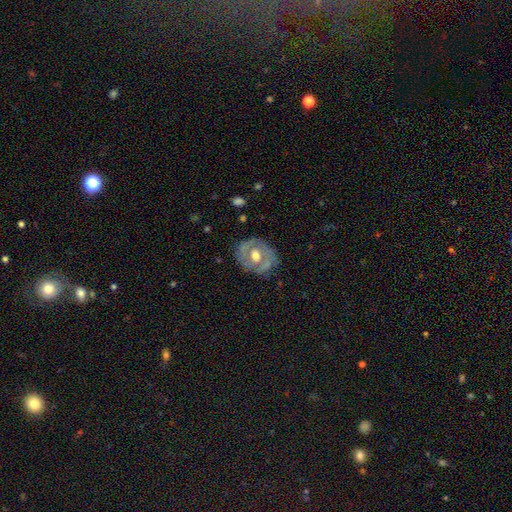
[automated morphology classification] smooth-or-featured: featured or disk: 66% | smooth: 29% | star or artifact: 6%
  disk-edge-on: no: 96% | yes: 4%
    bar: no: 69% | weak: 25% | strong: 6%
    has-spiral-arms: no: 56% | yes: 44%
    bulge-size: moderate: 70% | large: 22% | small: 5% | dominant: 1% | none: 1%
  merging: none: 71% | minor disturbance: 20% | major disturbance: 7% | merger: 2%